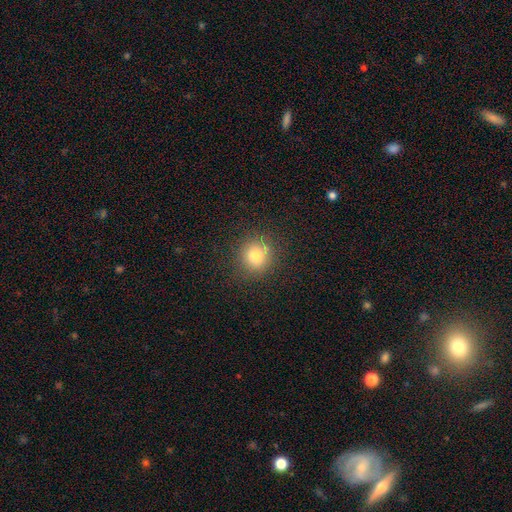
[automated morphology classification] smooth-or-featured: smooth: 75% | star or artifact: 15% | featured or disk: 10%
  how-rounded: round: 90% | in between: 9% | cigar-shaped: 1%
  merging: none: 82% | minor disturbance: 11% | major disturbance: 4% | merger: 3%